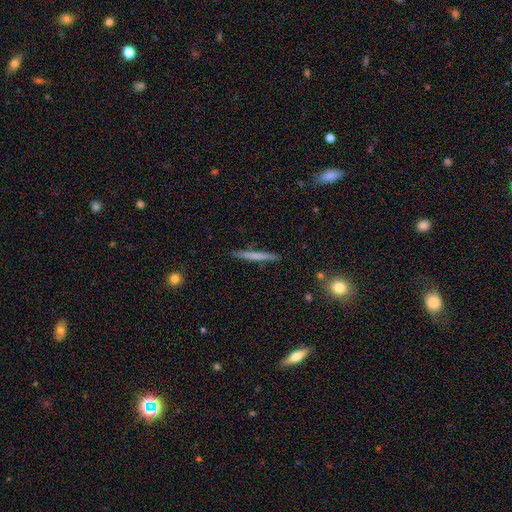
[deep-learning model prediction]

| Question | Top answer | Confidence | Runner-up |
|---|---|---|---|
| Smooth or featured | smooth | 61% | featured or disk (33%) |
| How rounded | cigar-shaped | 96% | in between (2%) |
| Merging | none | 89% | minor disturbance (8%) |